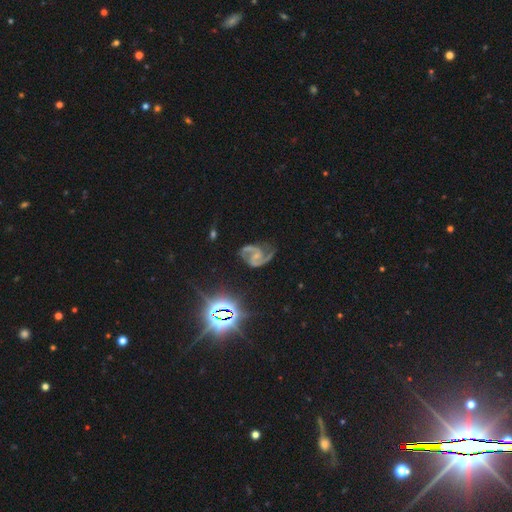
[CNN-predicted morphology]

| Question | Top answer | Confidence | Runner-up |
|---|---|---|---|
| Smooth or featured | featured or disk | 88% | star or artifact (8%) |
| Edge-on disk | no | 98% | yes (2%) |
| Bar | no | 46% | weak (39%) |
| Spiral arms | yes | 98% | no (2%) |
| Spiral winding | medium | 58% | loose (27%) |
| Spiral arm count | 2 | 92% | can't tell (2%) |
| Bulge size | small | 55% | none (25%) |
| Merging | none | 65% | minor disturbance (19%) |